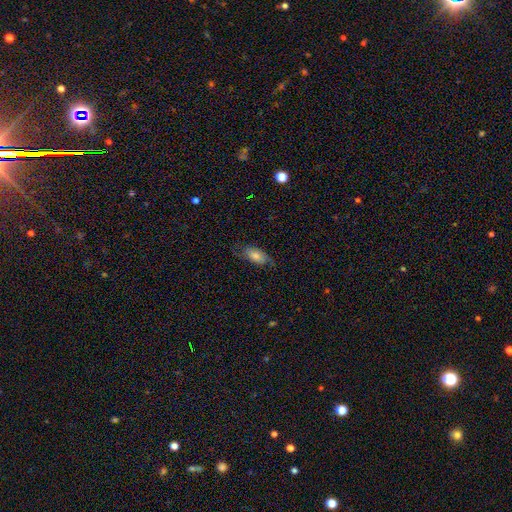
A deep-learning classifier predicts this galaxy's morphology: smooth-or-featured: smooth: 54% | featured or disk: 37% | star or artifact: 10%
  how-rounded: in between: 80% | cigar-shaped: 15% | round: 5%
  merging: none: 69% | minor disturbance: 21% | major disturbance: 8% | merger: 1%